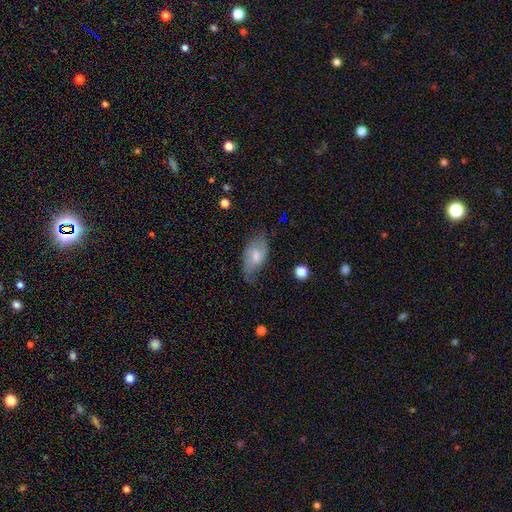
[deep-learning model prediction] A smooth galaxy with no disk features (52%) that is in between round and cigar-shaped (91%).

Vote fractions:
- Smooth or featured? smooth: 52% / featured or disk: 41% / star or artifact: 7%
- How rounded? in between: 91% / round: 5% / cigar-shaped: 5%
- Merging? none: 57% / minor disturbance: 30% / major disturbance: 11% / merger: 2%